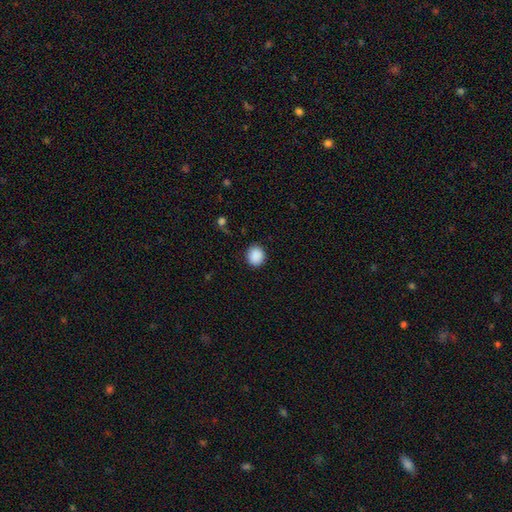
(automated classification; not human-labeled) smooth-or-featured: smooth: 89% | star or artifact: 8% | featured or disk: 3%
  how-rounded: round: 82% | in between: 17% | cigar-shaped: 1%
  merging: none: 89% | minor disturbance: 7% | major disturbance: 3% | merger: 1%